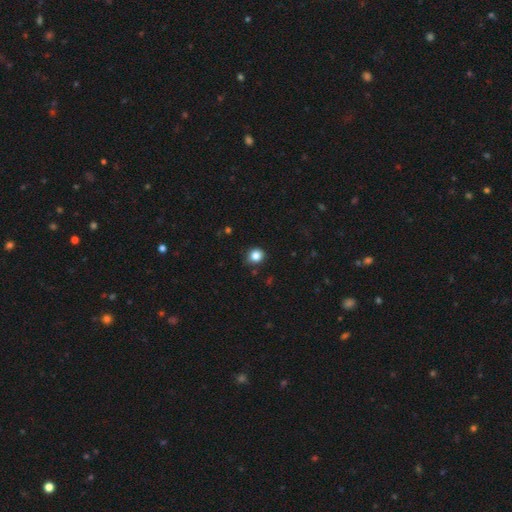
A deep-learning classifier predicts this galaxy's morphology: Smooth or featured: smooth — 84% (star or artifact — 11%)
How rounded: round — 80% (in between — 19%)
Merging: none — 85% (minor disturbance — 12%)